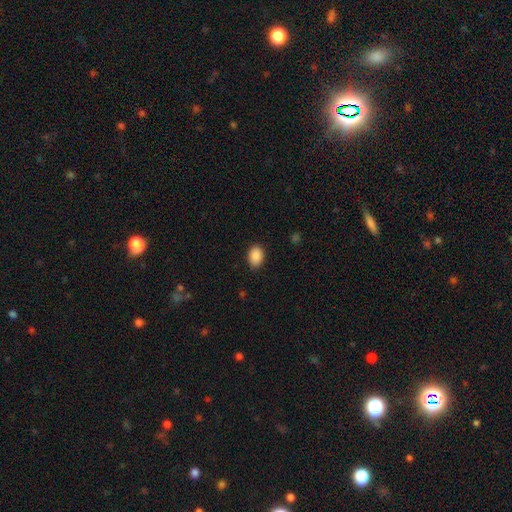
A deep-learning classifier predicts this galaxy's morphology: Q: Smooth or featured?
A: smooth (90%); runner-up: star or artifact (8%)
Q: How rounded?
A: in between (80%); runner-up: round (19%)
Q: Merging?
A: none (85%); runner-up: minor disturbance (11%)